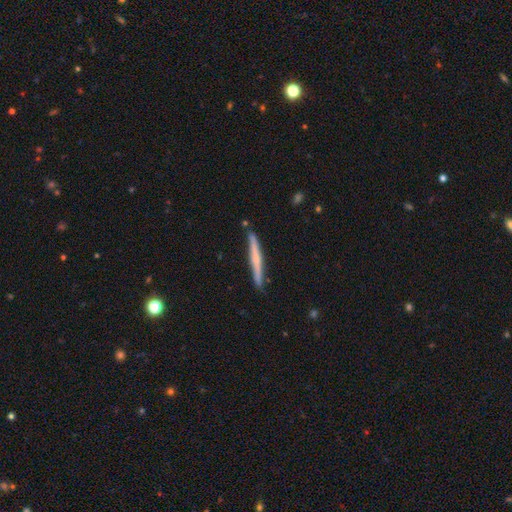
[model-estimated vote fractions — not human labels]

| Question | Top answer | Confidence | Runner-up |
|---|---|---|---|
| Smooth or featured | featured or disk | 48% | smooth (46%) |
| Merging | none | 89% | minor disturbance (8%) |